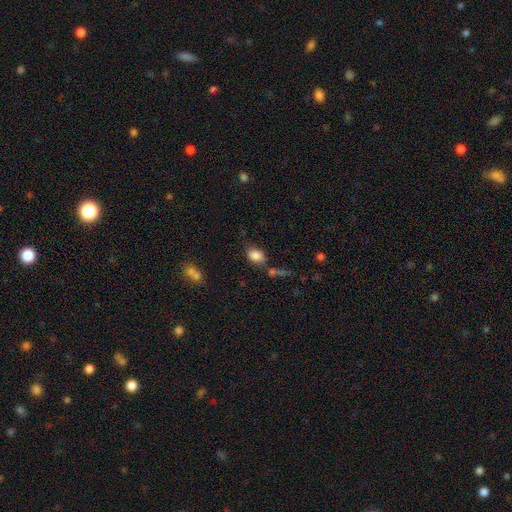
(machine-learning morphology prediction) Overall: smooth (84%). How rounded: in between (71%). Merging: none (62%).